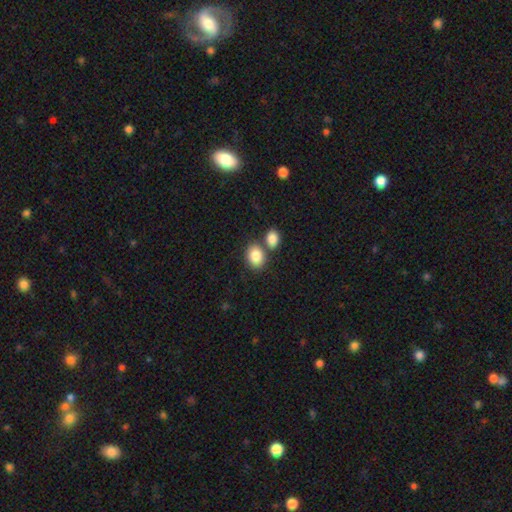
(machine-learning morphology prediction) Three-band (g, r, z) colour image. It shows a smooth galaxy with no disk features (85%) that is in between round and cigar-shaped (66%). Merging: none (54%).